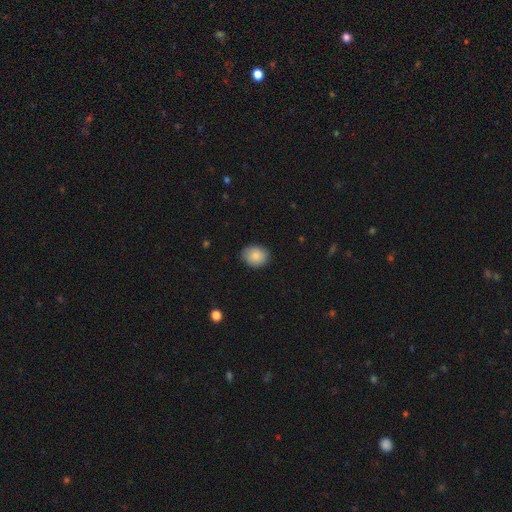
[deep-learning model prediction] The model was most divided on "how rounded": round: 57%, in between: 42%, cigar-shaped: 1%. More confident: smooth or featured — smooth (85%); merging — none (84%).